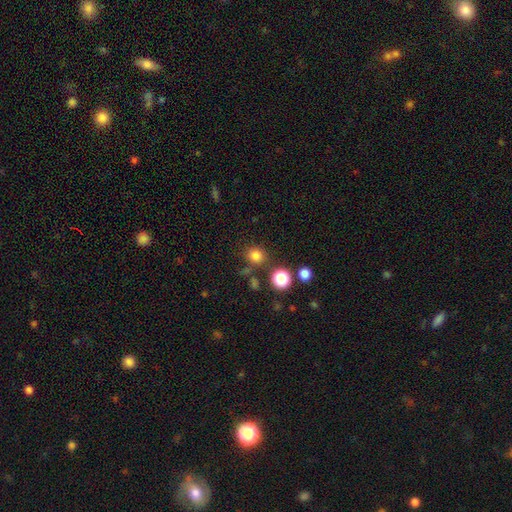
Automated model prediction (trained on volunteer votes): Smooth or featured: smooth — 80% (star or artifact — 15%)
How rounded: round — 86% (in between — 13%)
Merging: none — 80% (minor disturbance — 9%)